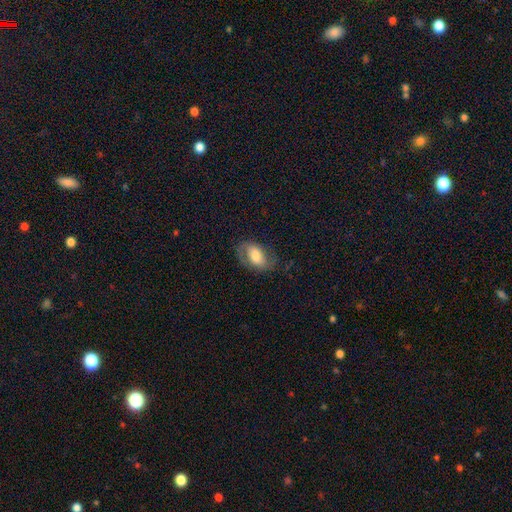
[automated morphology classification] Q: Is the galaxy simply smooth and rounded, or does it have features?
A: featured or disk — 50%.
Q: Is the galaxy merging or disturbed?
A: none — 68%.